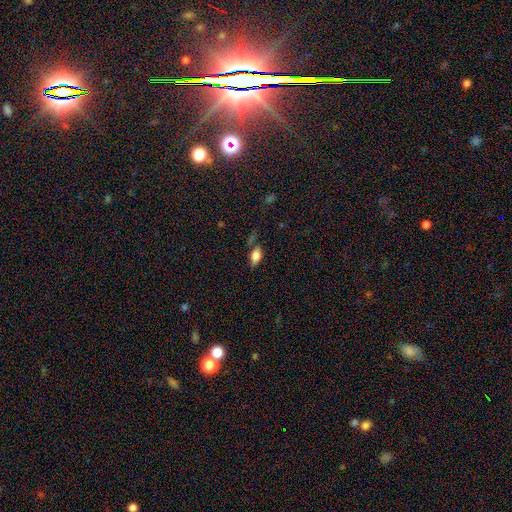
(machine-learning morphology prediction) smooth 70%, featured or disk 19%, star or artifact 11%. Down the decision tree: how rounded — in between (85%); merging — none (65%).